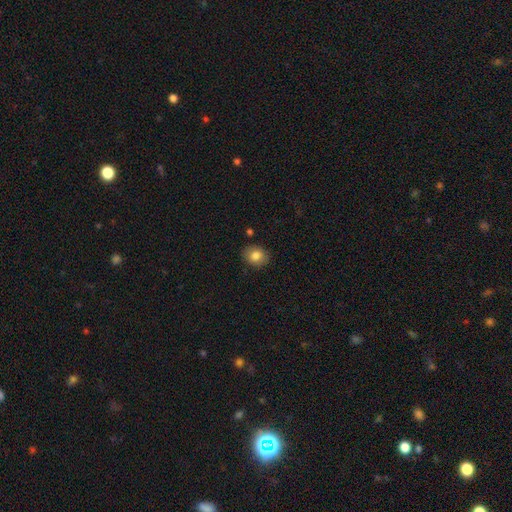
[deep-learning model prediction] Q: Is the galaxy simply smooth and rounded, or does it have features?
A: smooth — 83%.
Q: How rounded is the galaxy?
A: round — 55%.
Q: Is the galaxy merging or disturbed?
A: none — 86%.